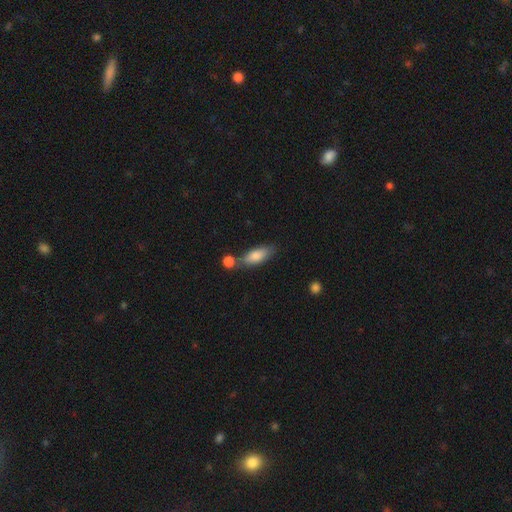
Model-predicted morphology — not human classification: Overall: smooth (80%). How rounded: in between (66%; cigar-shaped 31%). Merging: none (58%; merger 23%).